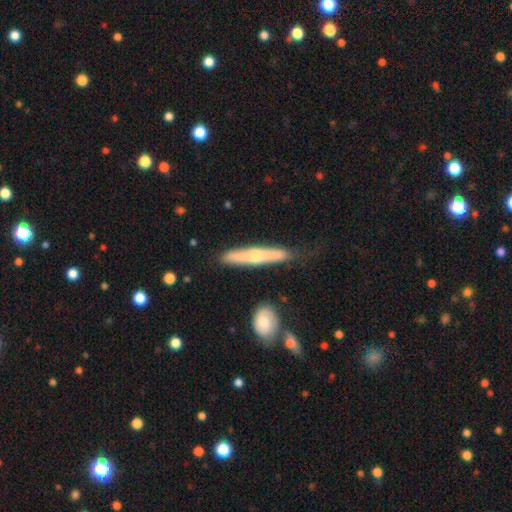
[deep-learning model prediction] Q: Smooth or featured?
A: featured or disk (49%); runner-up: smooth (45%)
Q: Merging?
A: none (77%); runner-up: minor disturbance (16%)